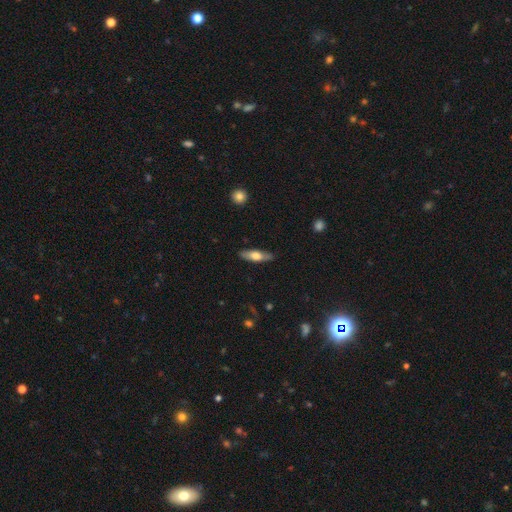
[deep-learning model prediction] Smooth or featured? smooth (59%)
How rounded? cigar-shaped (55%)
Merging? none (85%)